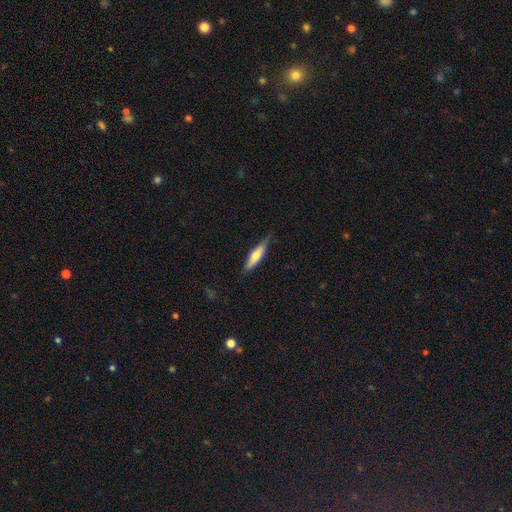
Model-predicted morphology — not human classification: smooth_or_featured: smooth (p=0.55) [alt: featured or disk p=0.40]
how_rounded: cigar-shaped (p=0.74) [alt: in between p=0.24]
merging: none (p=0.75) [alt: minor disturbance p=0.20]